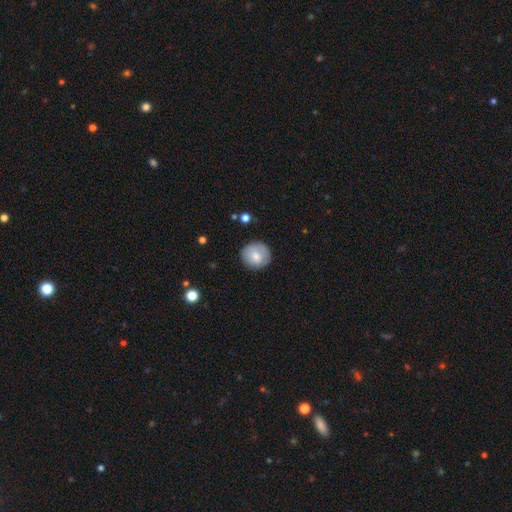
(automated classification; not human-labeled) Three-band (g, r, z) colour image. It shows a smooth galaxy with no disk features (78%) that is round (90%). Merging: none (85%).